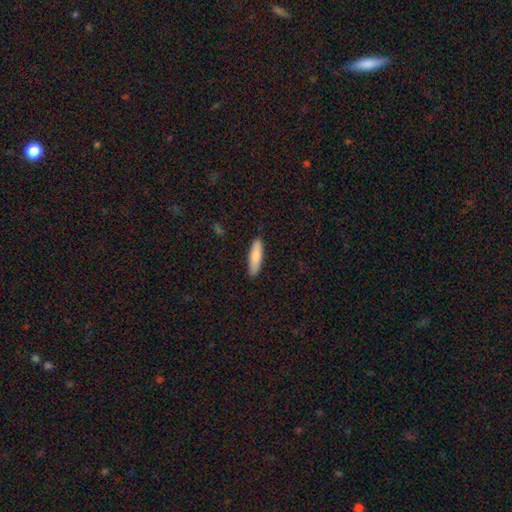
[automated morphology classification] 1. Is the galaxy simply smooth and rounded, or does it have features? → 81% smooth, 14% featured or disk, 5% star or artifact.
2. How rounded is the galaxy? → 67% cigar-shaped, 31% in between, 2% round.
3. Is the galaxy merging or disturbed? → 88% none, 9% minor disturbance, 2% major disturbance, 1% merger.